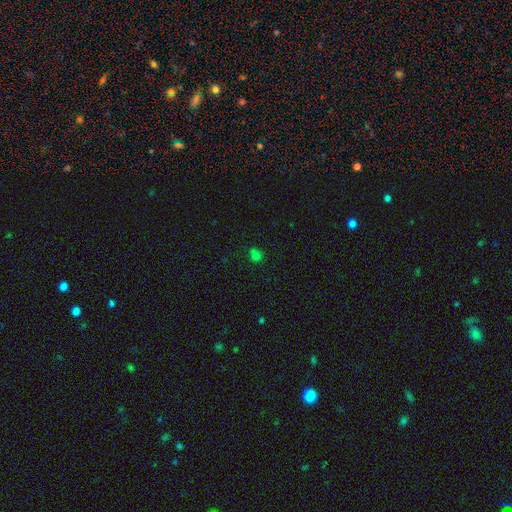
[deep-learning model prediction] Q: Smooth or featured?
A: smooth (64%); runner-up: star or artifact (28%)
Q: How rounded?
A: round (75%); runner-up: in between (24%)
Q: Merging?
A: none (64%); runner-up: minor disturbance (16%)